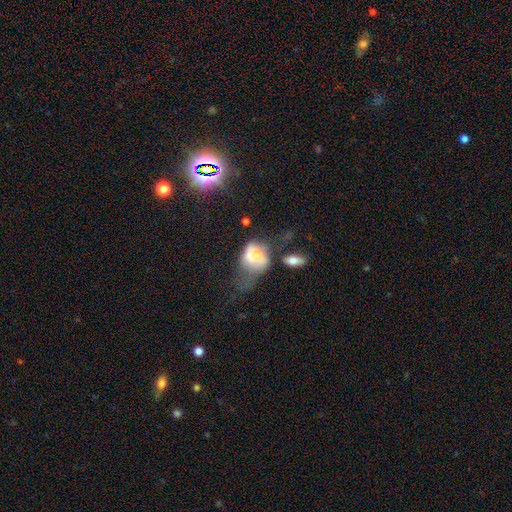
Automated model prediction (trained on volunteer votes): Smooth or featured: smooth — 60% (featured or disk — 30%)
How rounded: in between — 63% (round — 35%)
Merging: major disturbance — 42% (merger — 26%)